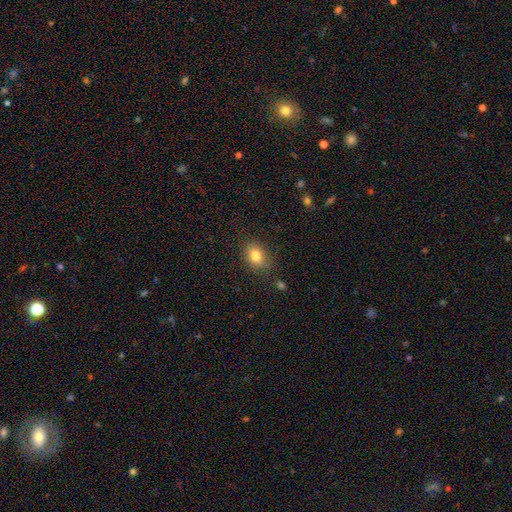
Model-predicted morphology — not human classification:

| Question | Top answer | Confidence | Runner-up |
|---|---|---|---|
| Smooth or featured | smooth | 80% | star or artifact (10%) |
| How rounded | in between | 69% | round (30%) |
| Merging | none | 83% | minor disturbance (12%) |